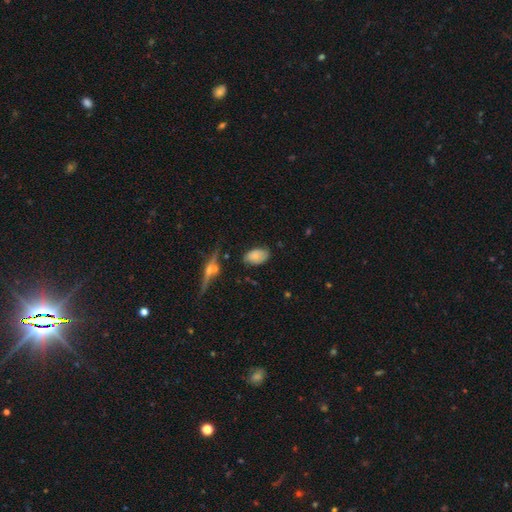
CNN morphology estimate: A smooth galaxy with no disk features (73%) that is in between round and cigar-shaped (91%). Merging: none (67%).